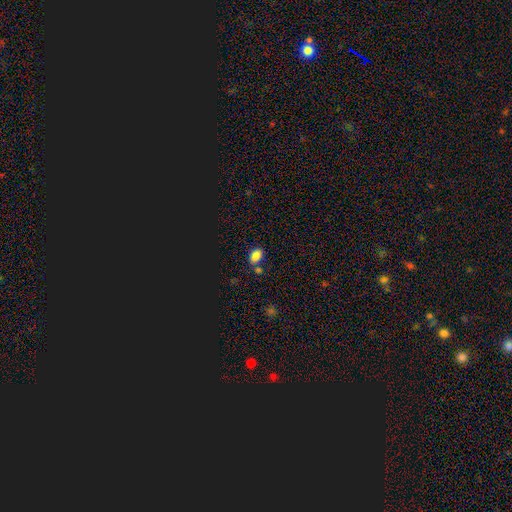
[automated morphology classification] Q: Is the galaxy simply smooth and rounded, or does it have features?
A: smooth — 81%.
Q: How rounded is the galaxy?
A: in between — 79%.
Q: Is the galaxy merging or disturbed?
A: none — 68%.